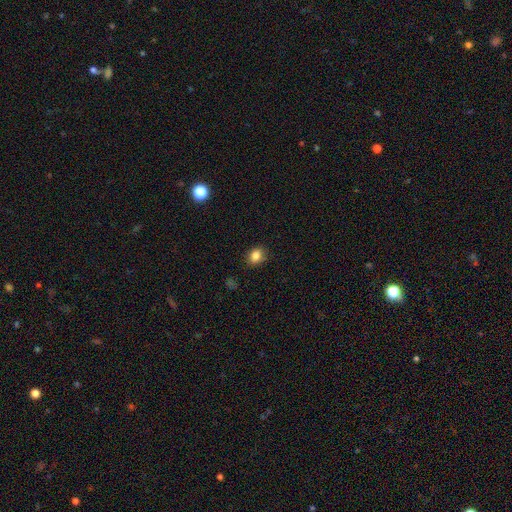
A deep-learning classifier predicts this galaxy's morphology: Smooth or featured: smooth — 84% (star or artifact — 10%)
How rounded: in between — 51% (round — 48%)
Merging: none — 87% (minor disturbance — 9%)